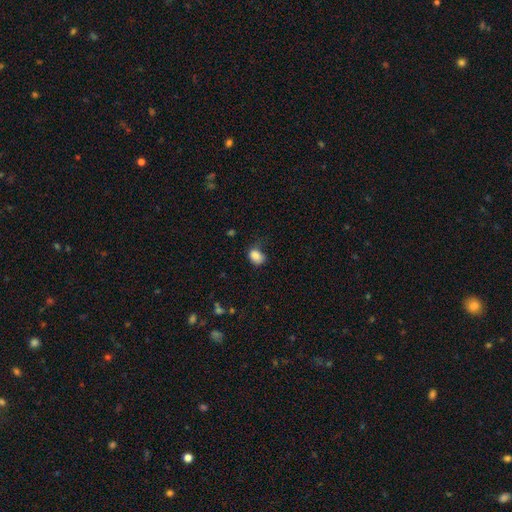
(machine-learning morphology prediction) The model was most divided on "merging": none: 59%, minor disturbance: 29%, major disturbance: 10%, merger: 2%. More confident: smooth or featured — smooth (86%); how rounded — in between (68%).